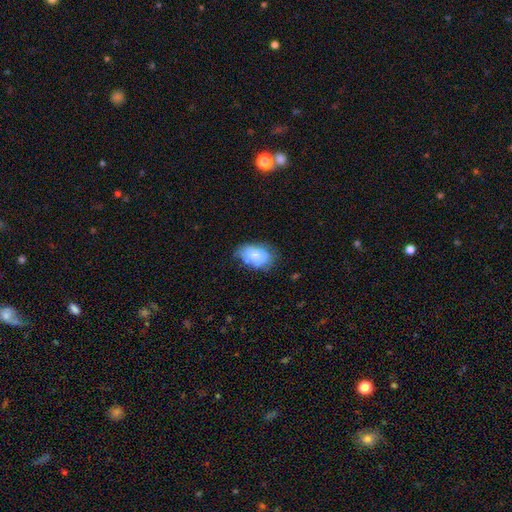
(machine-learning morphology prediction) smooth-or-featured: smooth: 65% | featured or disk: 28% | star or artifact: 8%
  how-rounded: in between: 85% | round: 13% | cigar-shaped: 1%
  merging: none: 59% | minor disturbance: 30% | major disturbance: 8% | merger: 2%